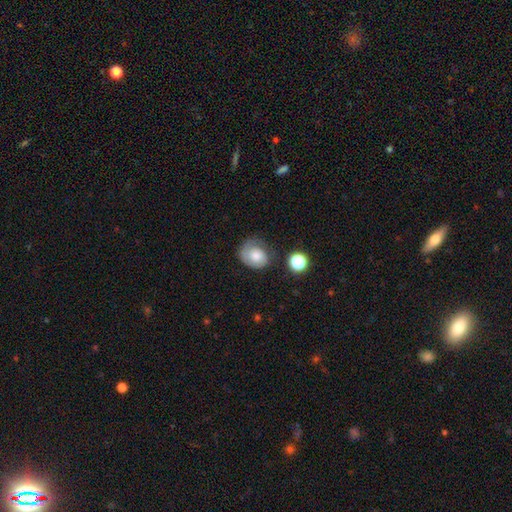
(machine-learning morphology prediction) smooth 59%, featured or disk 31%, star or artifact 9%. Down the decision tree: how rounded — round (66%); merging — none (51%).